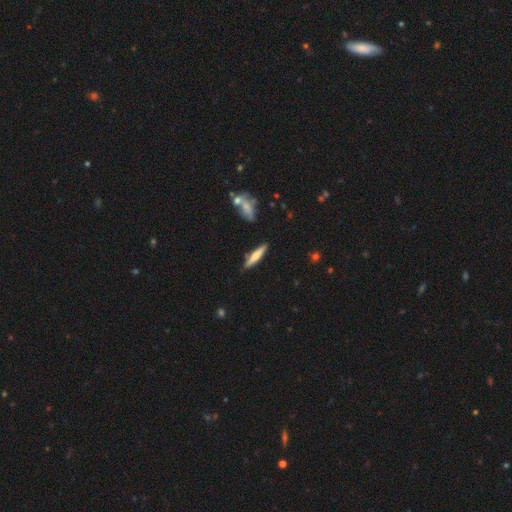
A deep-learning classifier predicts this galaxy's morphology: Smooth or featured? smooth (56%)
How rounded? cigar-shaped (87%)
Merging? none (84%)